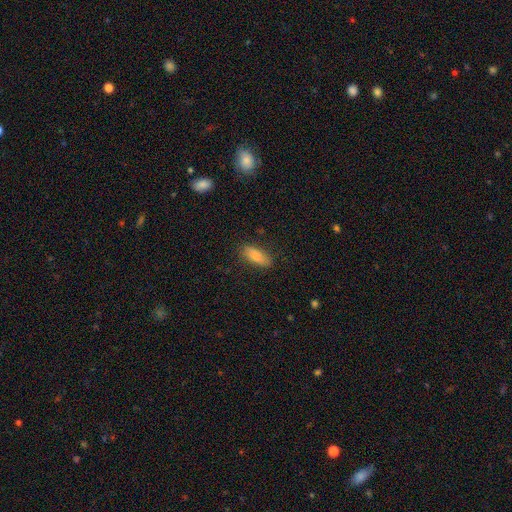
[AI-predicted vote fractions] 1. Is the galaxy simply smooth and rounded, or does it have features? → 84% smooth, 9% featured or disk, 7% star or artifact.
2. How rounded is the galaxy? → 78% in between, 20% cigar-shaped, 2% round.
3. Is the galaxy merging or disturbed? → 82% none, 14% minor disturbance, 3% major disturbance, 1% merger.